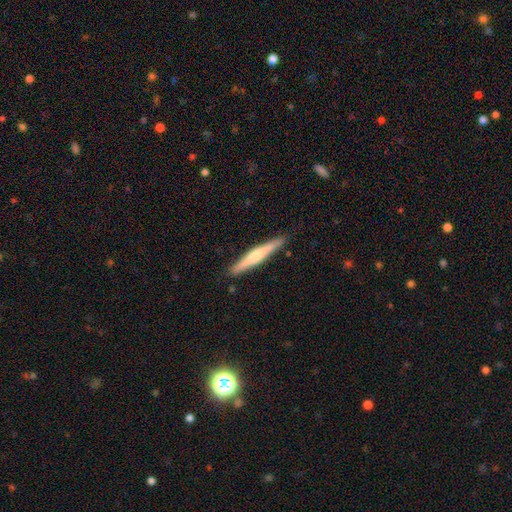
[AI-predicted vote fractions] Overall: featured or disk (51%; smooth 44%). Edge-on disk: yes (97%). Merging: none (90%).